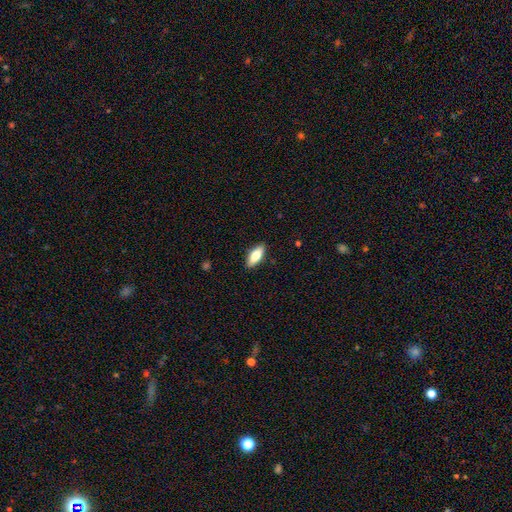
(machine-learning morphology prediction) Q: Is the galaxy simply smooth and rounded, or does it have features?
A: smooth — 77%.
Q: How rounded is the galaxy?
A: in between — 76%.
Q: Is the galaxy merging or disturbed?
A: none — 88%.